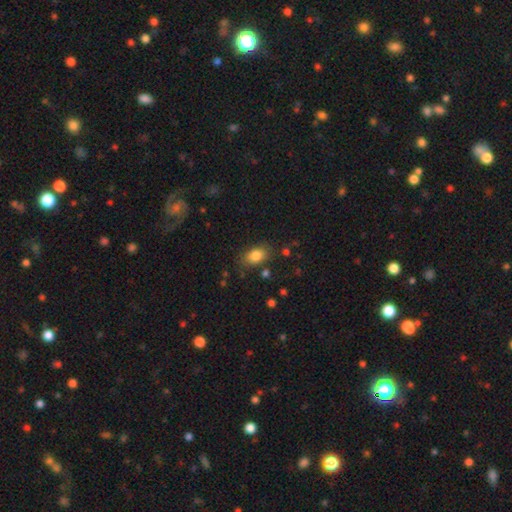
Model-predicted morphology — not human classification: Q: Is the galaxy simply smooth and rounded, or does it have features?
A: smooth — 83%.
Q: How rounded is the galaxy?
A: in between — 83%.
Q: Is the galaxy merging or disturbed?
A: none — 79%.